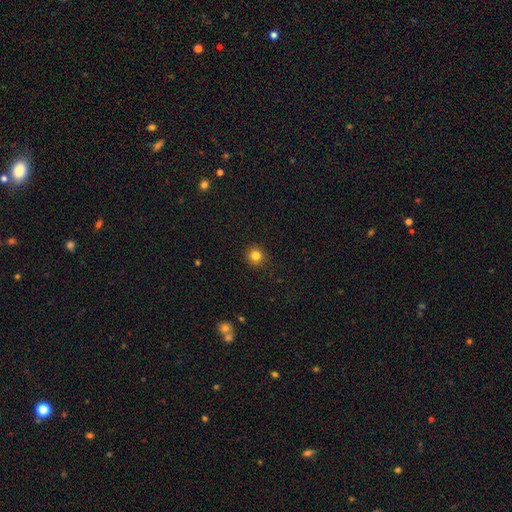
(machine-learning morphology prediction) smooth 82%, star or artifact 13%, featured or disk 5%. Down the decision tree: how rounded — round (94%); merging — none (91%).